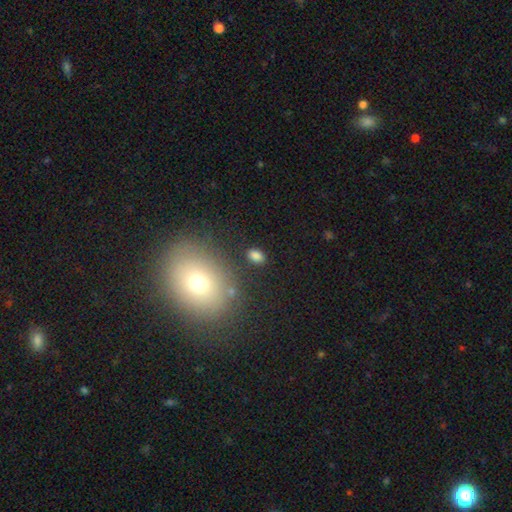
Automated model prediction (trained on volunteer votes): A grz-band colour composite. It shows a smooth galaxy with no disk features (82%) that is in between round and cigar-shaped (84%). Merging: none (84%).